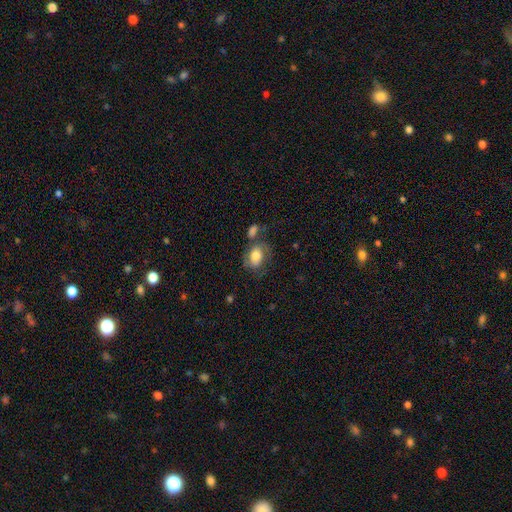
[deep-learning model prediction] The model was most divided on "merging": none: 46%, minor disturbance: 21%, merger: 18%, major disturbance: 14%. More confident: how rounded — in between (73%); smooth or featured — smooth (65%).